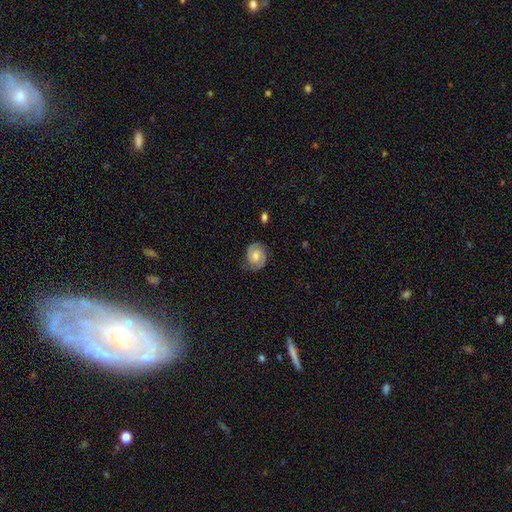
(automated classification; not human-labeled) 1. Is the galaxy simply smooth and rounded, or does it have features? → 76% featured or disk, 17% smooth, 6% star or artifact.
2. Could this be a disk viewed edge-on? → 98% no, 2% yes.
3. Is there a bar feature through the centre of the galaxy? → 45% weak, 44% no, 10% strong.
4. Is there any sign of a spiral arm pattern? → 96% yes, 4% no.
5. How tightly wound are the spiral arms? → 53% tight, 38% medium, 8% loose.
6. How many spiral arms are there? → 88% 2, 5% can't tell, 2% 1, 2% 3, 1% 4, 1% more than 4.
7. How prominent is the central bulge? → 53% moderate, 34% small, 6% none, 5% large, 1% dominant.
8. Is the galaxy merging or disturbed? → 80% none, 15% minor disturbance, 4% major disturbance, 1% merger.